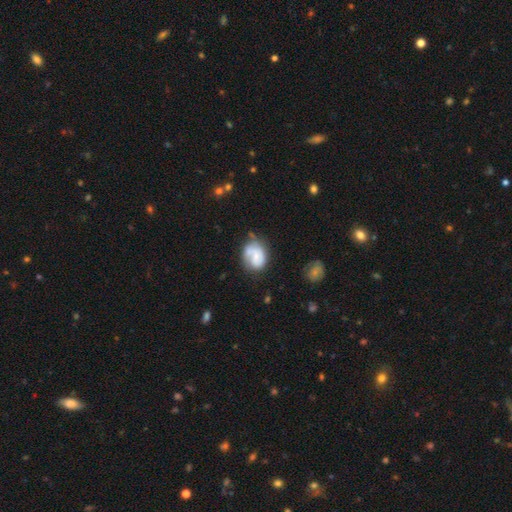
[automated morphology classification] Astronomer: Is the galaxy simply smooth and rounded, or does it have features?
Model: featured or disk — 49% (runner-up: smooth, 44%).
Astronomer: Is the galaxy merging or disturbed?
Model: none — 49% (runner-up: minor disturbance, 28%).